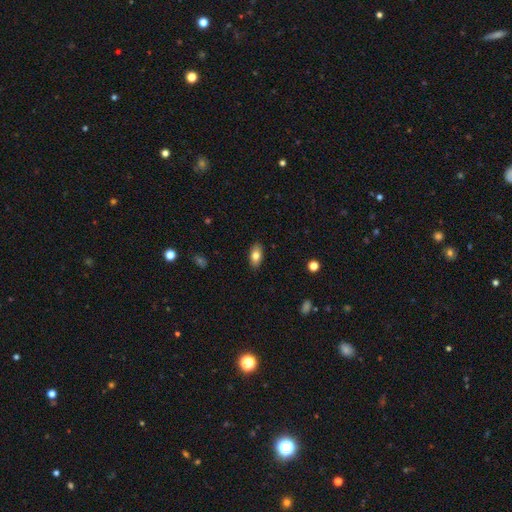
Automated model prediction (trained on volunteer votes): The model was most divided on "smooth or featured": smooth: 78%, featured or disk: 15%, star or artifact: 7%. More confident: how rounded — in between (90%); merging — none (88%).